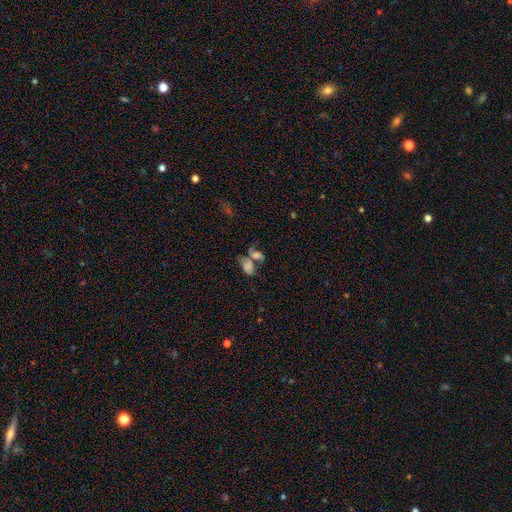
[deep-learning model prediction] smooth-or-featured: smooth: 57% | featured or disk: 23% | star or artifact: 19%
  how-rounded: in between: 79% | round: 16% | cigar-shaped: 5%
  merging: merger: 53% | none: 24% | major disturbance: 12% | minor disturbance: 11%